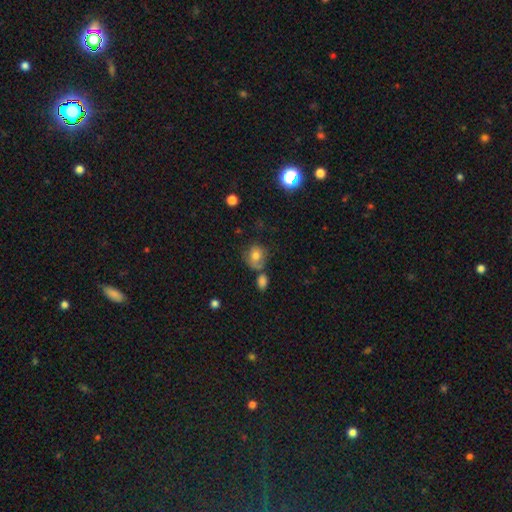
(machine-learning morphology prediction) smooth 75%, featured or disk 15%, star or artifact 11%. Down the decision tree: how rounded — round (75%); merging — none (51%).